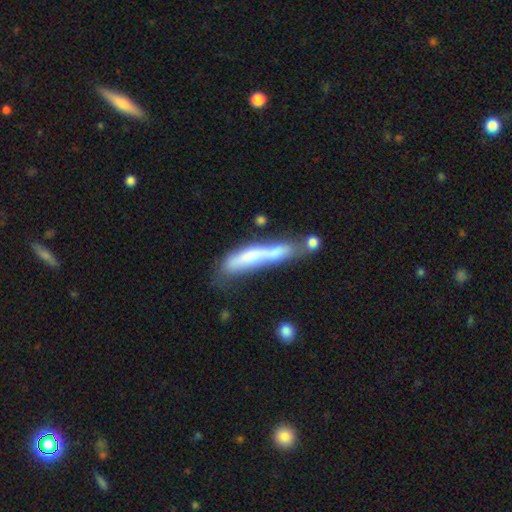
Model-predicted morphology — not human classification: Smooth or featured?
  - smooth: 50% *
  - featured or disk: 42%
  - star or artifact: 8%
How rounded?
  - cigar-shaped: 87% *
  - in between: 12%
  - round: 2%
Merging?
  - none: 32% *
  - merger: 27%
  - minor disturbance: 24%
  - major disturbance: 17%